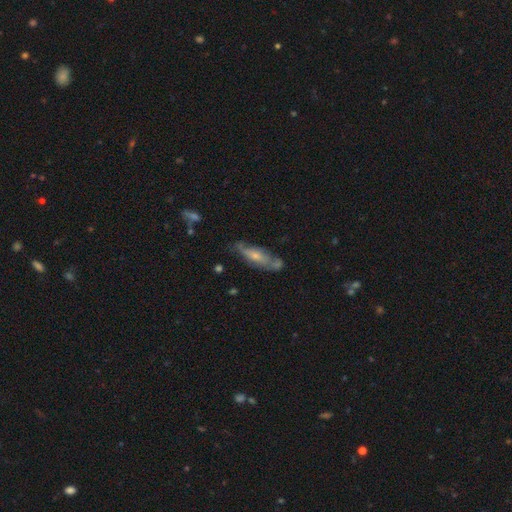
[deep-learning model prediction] This is possibly a featured or disk galaxy (49%). Merging: possibly none (49%).